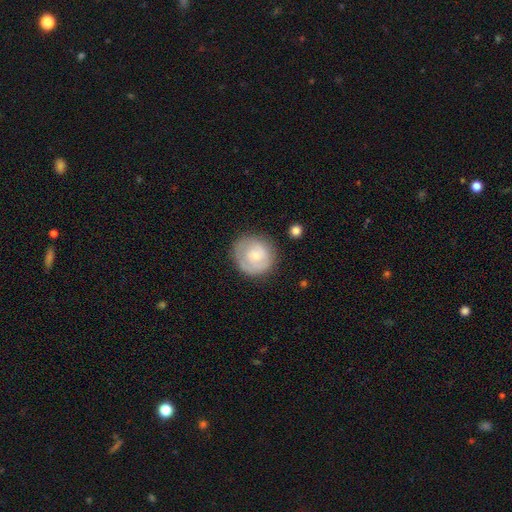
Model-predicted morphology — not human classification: Overall: smooth (55%; featured or disk 39%). How rounded: round (88%). Merging: none (71%).